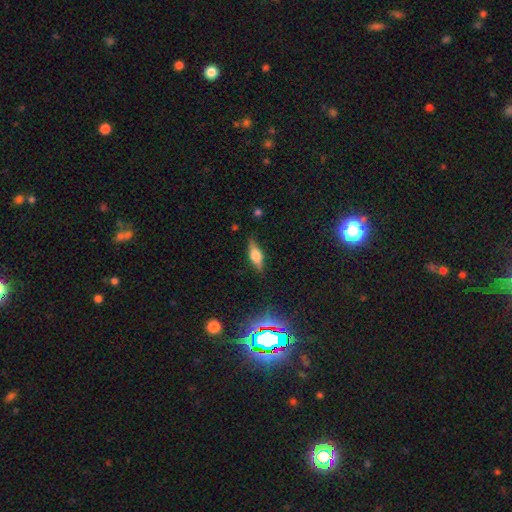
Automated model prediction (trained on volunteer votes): Morphology: type=featured or disk (50%); edge-on=yes (93%); merging=none (85%).